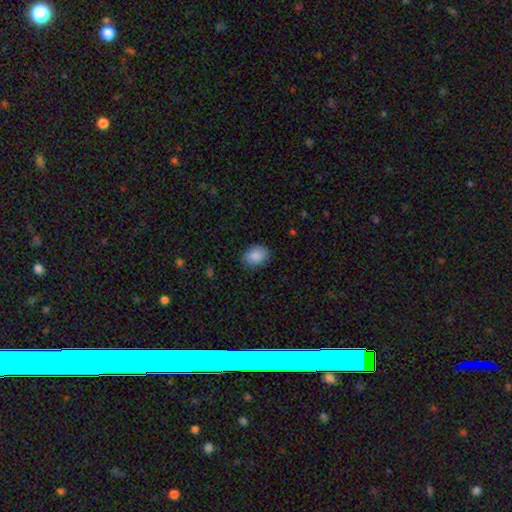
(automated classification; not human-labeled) Smooth or featured: smooth — 89% (star or artifact — 7%)
How rounded: in between — 68% (round — 31%)
Merging: none — 86% (minor disturbance — 10%)